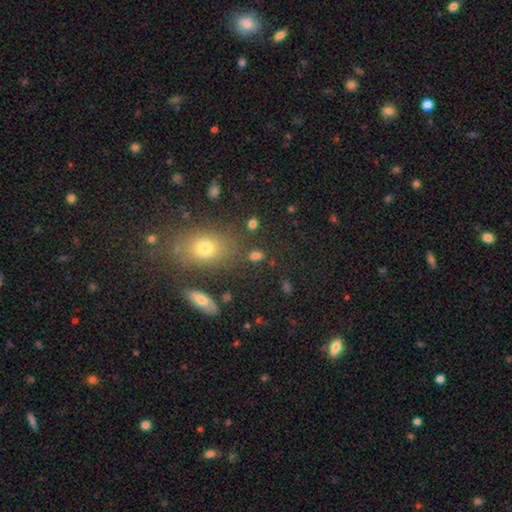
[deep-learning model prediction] Smooth or featured?
  - smooth: 76% *
  - star or artifact: 16%
  - featured or disk: 7%
How rounded?
  - in between: 72% *
  - round: 25%
  - cigar-shaped: 3%
Merging?
  - none: 74% *
  - minor disturbance: 12%
  - merger: 9%
  - major disturbance: 5%